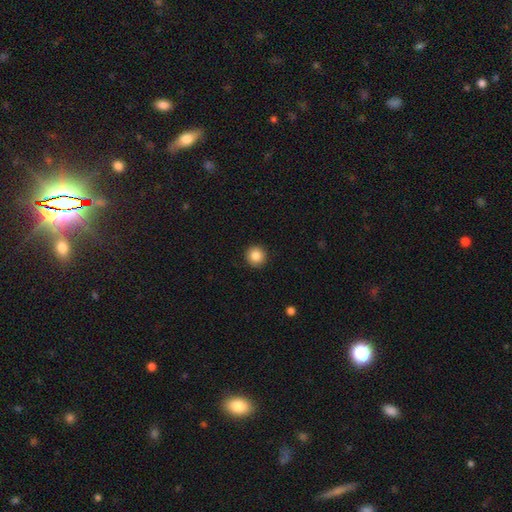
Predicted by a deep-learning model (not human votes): The model was most divided on "smooth or featured": smooth: 86%, star or artifact: 9%, featured or disk: 5%. More confident: how rounded — round (96%); merging — none (93%).